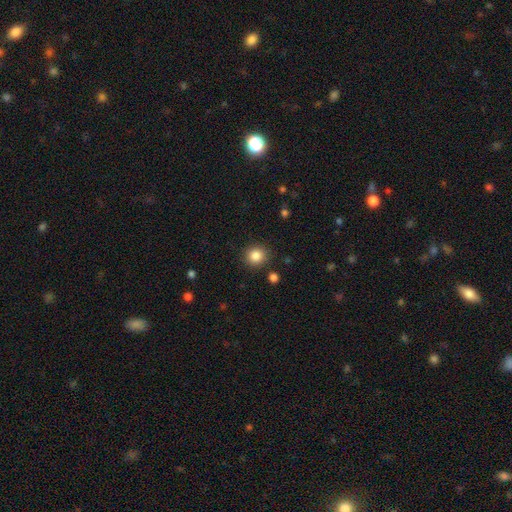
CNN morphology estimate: type=smooth (85%); roundness=round (88%); merging=none (89%).